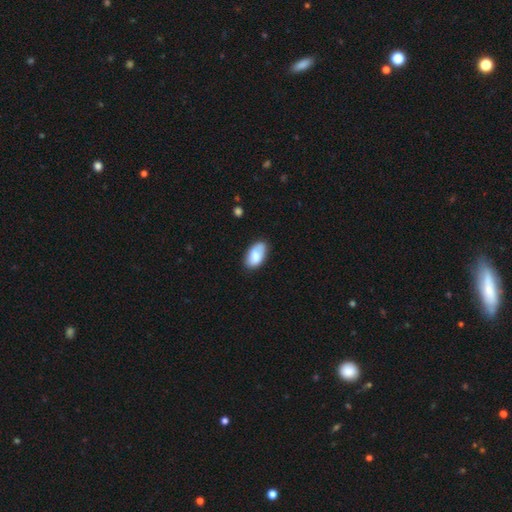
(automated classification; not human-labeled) Smooth or featured: smooth — 76% (featured or disk — 17%)
How rounded: in between — 95% (round — 4%)
Merging: none — 71% (minor disturbance — 22%)